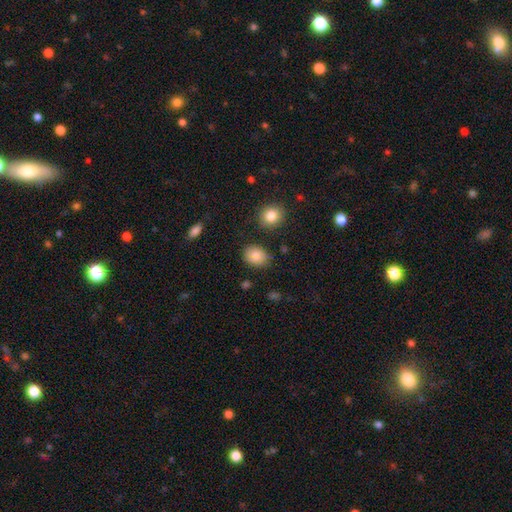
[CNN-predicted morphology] A smooth galaxy with no disk features (85%) that is round (51%). Merging: none (78%).